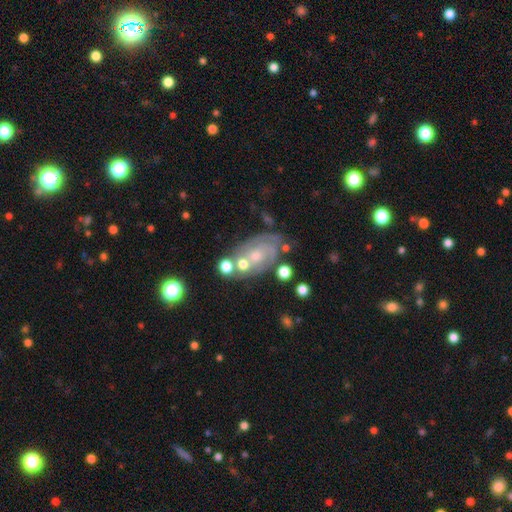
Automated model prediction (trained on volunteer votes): The model was most divided on "spiral arm count": can't tell: 37%, 2: 36%, 3: 14%, 1: 5%, 4: 5%, more than 4: 4%. More confident: edge-on disk — no (96%); spiral arms — yes (88%); smooth or featured — featured or disk (76%); bar — no (75%); spiral winding — tight (66%); bulge size — small (62%); merging — none (59%).